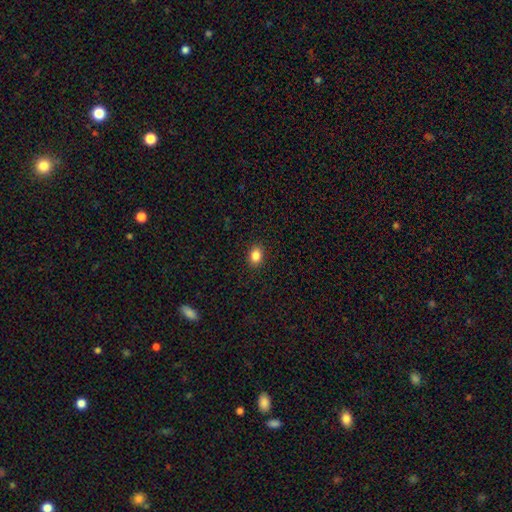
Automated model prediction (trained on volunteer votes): Overall: smooth (86%). How rounded: in between (64%; round 35%). Merging: none (89%).